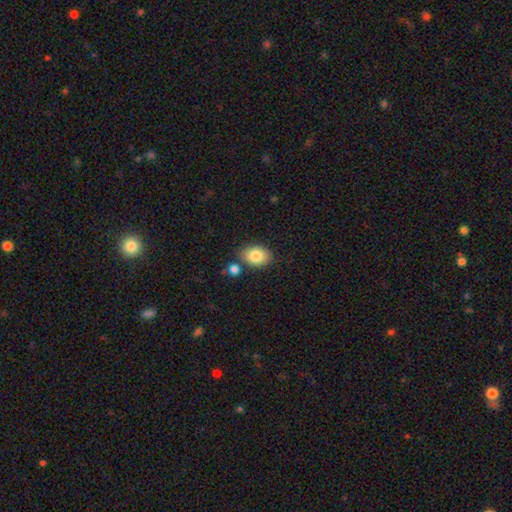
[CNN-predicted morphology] This is clearly a smooth galaxy (84%). How rounded: likely in between (76%). Merging: likely none (75%).